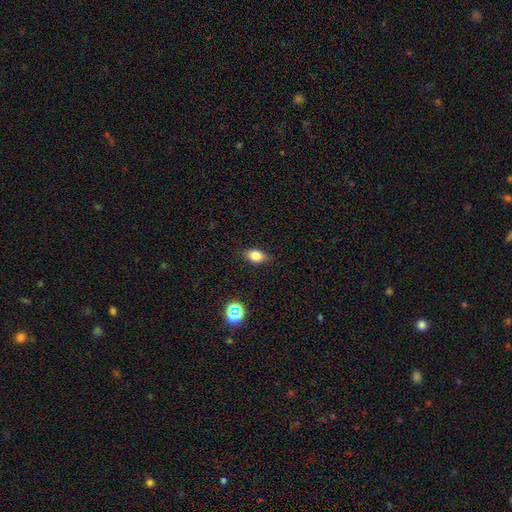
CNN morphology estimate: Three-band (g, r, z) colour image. It shows a smooth galaxy with no disk features (79%) that is in between round and cigar-shaped (80%). Merging: none (84%).